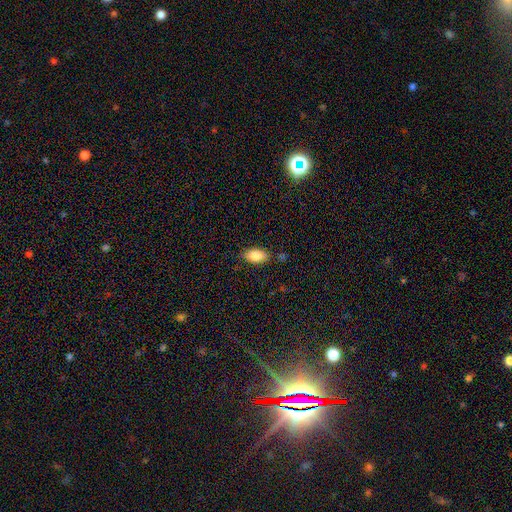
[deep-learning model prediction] Smooth or featured?
  - smooth: 85% *
  - featured or disk: 7%
  - star or artifact: 7%
How rounded?
  - in between: 92% *
  - cigar-shaped: 4%
  - round: 4%
Merging?
  - none: 79% *
  - minor disturbance: 14%
  - merger: 3%
  - major disturbance: 3%